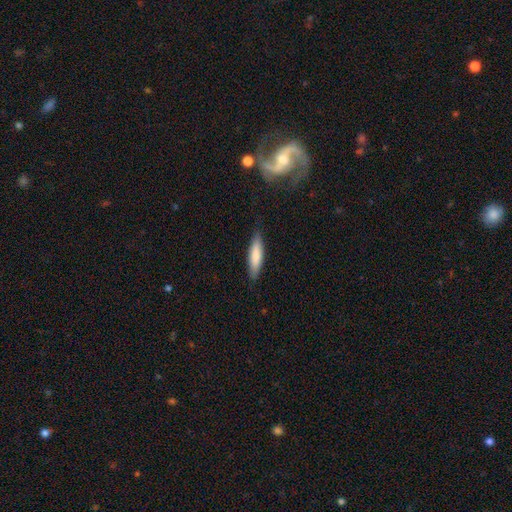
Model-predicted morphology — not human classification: Q: Smooth or featured?
A: smooth (78%); runner-up: featured or disk (16%)
Q: How rounded?
A: cigar-shaped (69%); runner-up: in between (30%)
Q: Merging?
A: none (86%); runner-up: minor disturbance (11%)